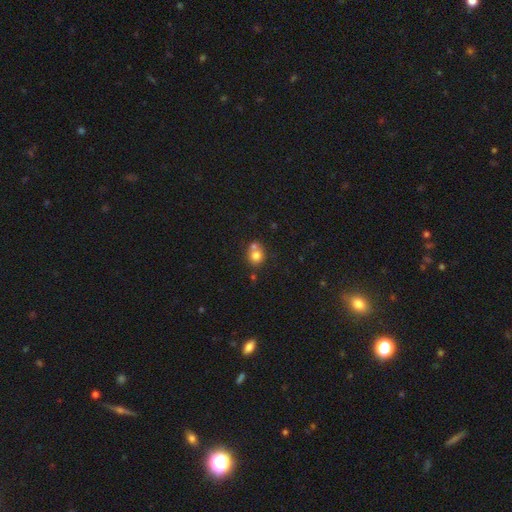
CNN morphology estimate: A smooth galaxy with no disk features (76%) that is round (77%). Merging: none (45%).